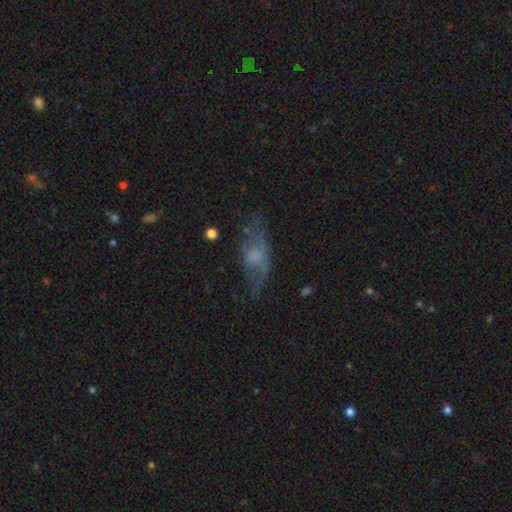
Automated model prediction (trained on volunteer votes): Smooth or featured? featured or disk (48%)
Merging? none (49%)